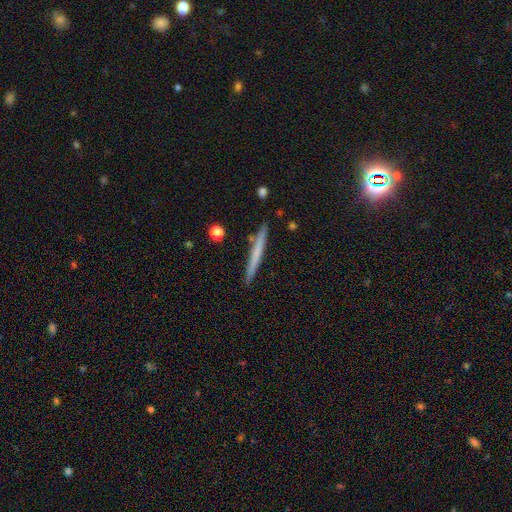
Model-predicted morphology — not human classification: type=smooth (57%); roundness=cigar-shaped (97%); merging=none (89%).